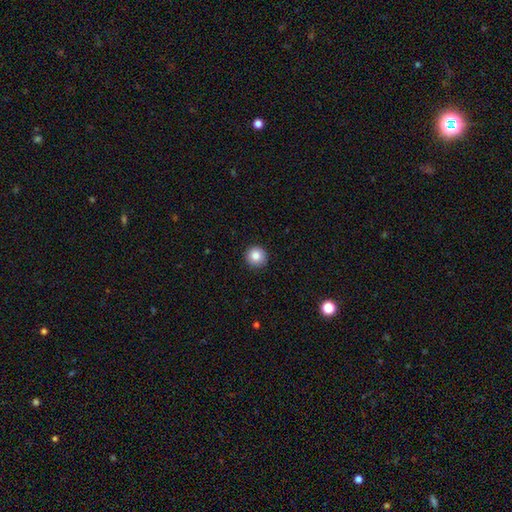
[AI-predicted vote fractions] Overall: smooth (84%). How rounded: round (95%). Merging: none (92%).